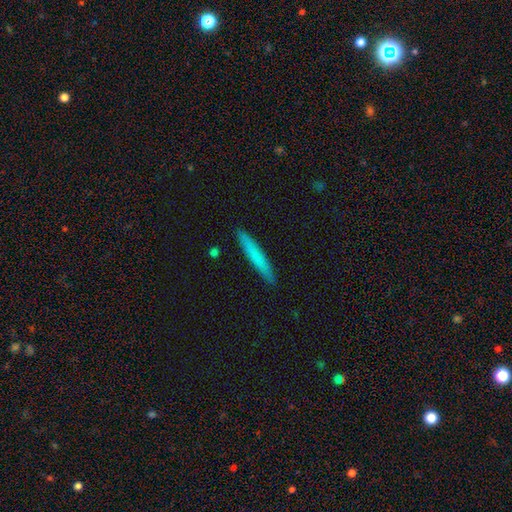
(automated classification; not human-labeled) smooth-or-featured: smooth: 73% | featured or disk: 21% | star or artifact: 6%
  how-rounded: cigar-shaped: 96% | in between: 3% | round: 1%
  merging: none: 91% | minor disturbance: 7% | major disturbance: 1% | merger: 1%